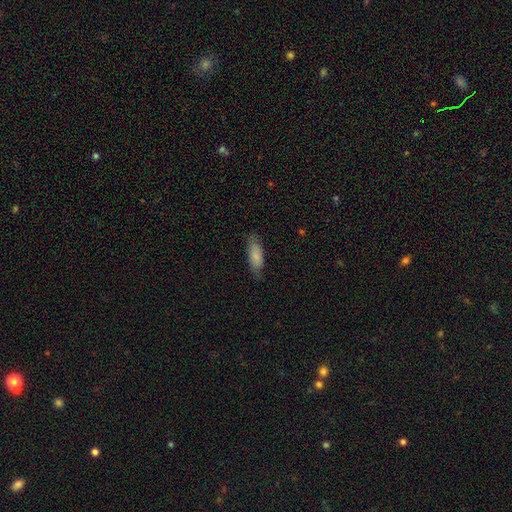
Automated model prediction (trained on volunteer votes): smooth-or-featured: smooth: 80% | featured or disk: 14% | star or artifact: 6%
  how-rounded: in between: 71% | cigar-shaped: 27% | round: 2%
  merging: none: 74% | minor disturbance: 21% | major disturbance: 4% | merger: 1%